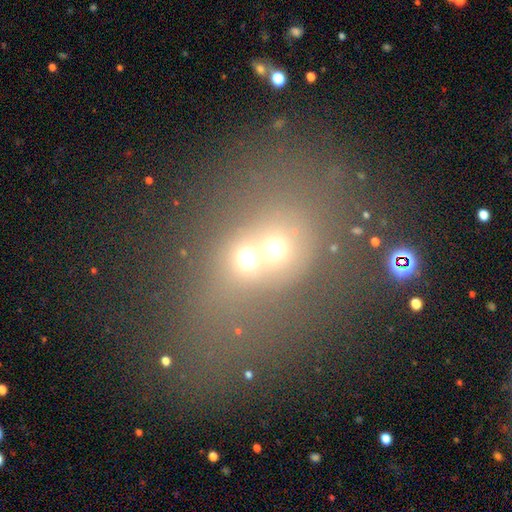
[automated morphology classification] This appears to be a smooth galaxy with no disk features (48%). Merging: merger (65%).